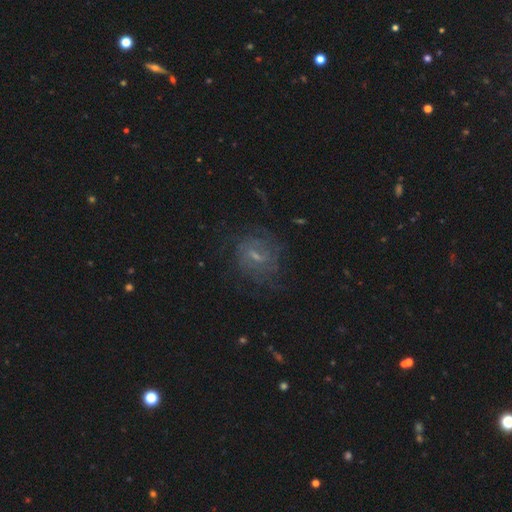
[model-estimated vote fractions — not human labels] This is likely a featured or disk galaxy (60%). It is clearly not viewed edge-on (95%). Bar: possibly weak (56%). Spiral arm pattern: likely yes (76%). Central bulge: possibly small (56%). Merging: likely none (69%).